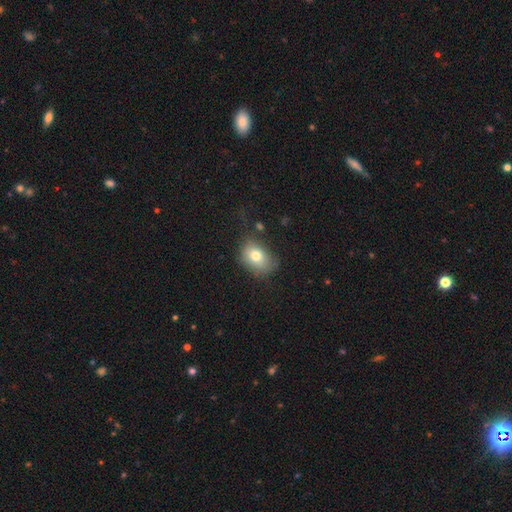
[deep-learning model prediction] smooth 75%, featured or disk 15%, star or artifact 10%. Down the decision tree: how rounded — in between (73%); merging — none (59%).